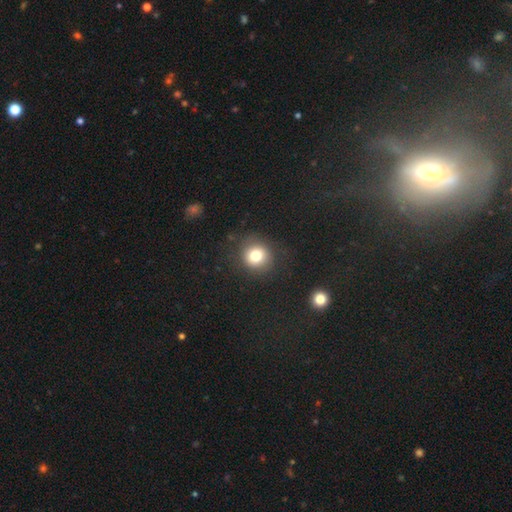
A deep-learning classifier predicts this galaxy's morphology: A smooth galaxy with no disk features (78%) that is round (87%).

Vote fractions:
- Smooth or featured? smooth: 78% / star or artifact: 12% / featured or disk: 10%
- How rounded? round: 87% / in between: 12% / cigar-shaped: 1%
- Merging? none: 85% / minor disturbance: 10% / major disturbance: 4% / merger: 1%